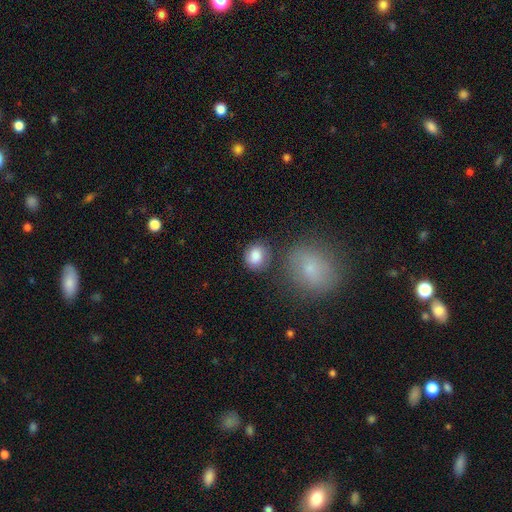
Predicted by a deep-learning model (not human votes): Smooth or featured? Predicted: smooth (p=0.85). How rounded? Predicted: round (p=0.68). Merging? Predicted: none (p=0.72).